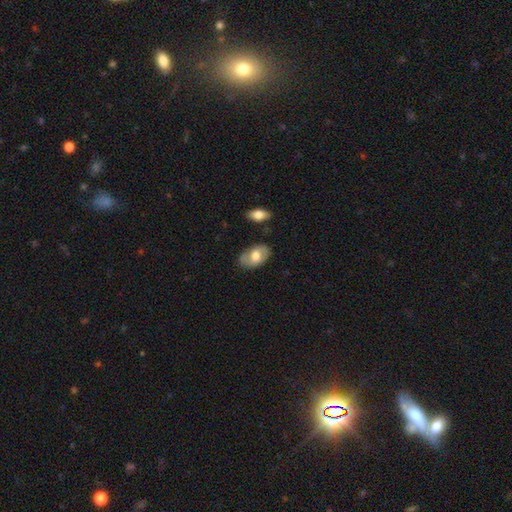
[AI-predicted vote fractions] This appears to be a smooth galaxy with no disk features (58%) that is in between round and cigar-shaped (92%). Merging: none (74%).